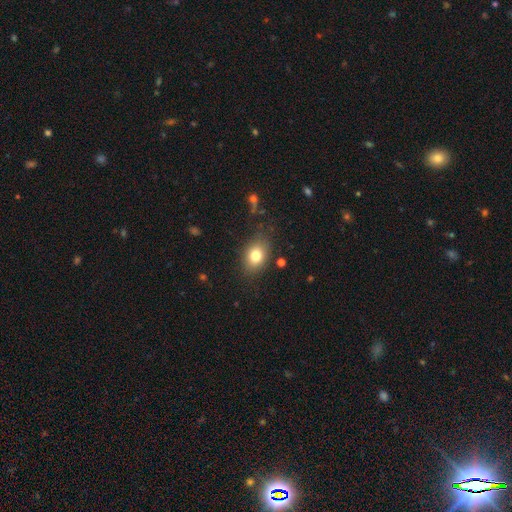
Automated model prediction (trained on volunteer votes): smooth_or_featured: smooth (p=0.78) [alt: featured or disk p=0.11]
how_rounded: in between (p=0.63) [alt: round p=0.36]
merging: none (p=0.80) [alt: minor disturbance p=0.14]